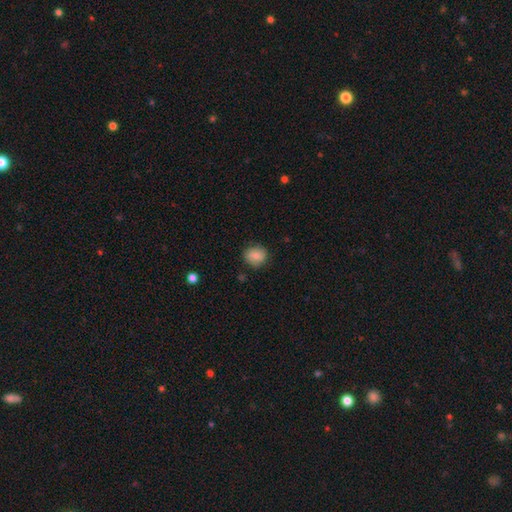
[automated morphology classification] Smooth or featured?
  - smooth: 81% *
  - featured or disk: 11%
  - star or artifact: 8%
How rounded?
  - round: 75% *
  - in between: 24%
  - cigar-shaped: 1%
Merging?
  - none: 79% *
  - minor disturbance: 17%
  - major disturbance: 4%
  - merger: 1%